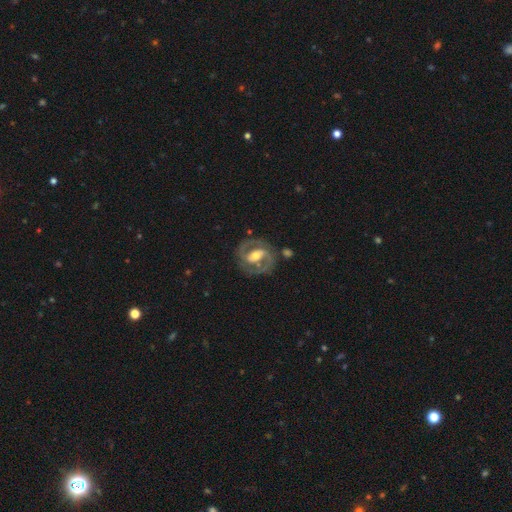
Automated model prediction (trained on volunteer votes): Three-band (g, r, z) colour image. It shows a featured or disk galaxy (87%) with a strong bar (47%), 2 (91%) medium (52%) spiral arms (92%) and a moderate central bulge (66%). Merging: none (79%).